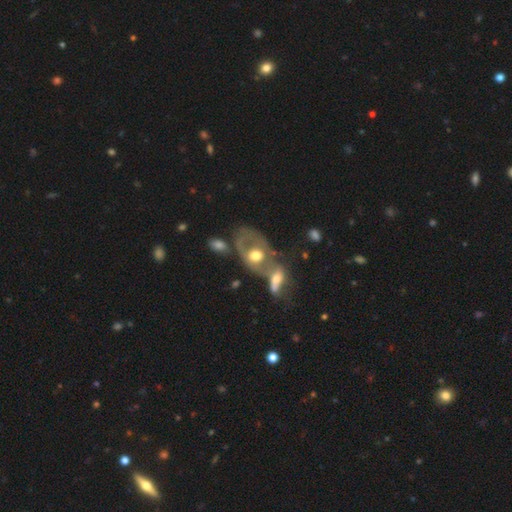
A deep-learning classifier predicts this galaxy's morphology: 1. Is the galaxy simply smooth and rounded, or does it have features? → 57% featured or disk, 35% smooth, 8% star or artifact.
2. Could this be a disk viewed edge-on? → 93% no, 7% yes.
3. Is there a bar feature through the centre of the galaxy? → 77% no, 17% weak, 6% strong.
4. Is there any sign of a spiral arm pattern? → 65% no, 35% yes.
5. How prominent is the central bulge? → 64% moderate, 25% large, 7% small, 2% dominant, 2% none.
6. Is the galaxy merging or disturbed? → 51% merger, 20% none, 17% major disturbance, 12% minor disturbance.